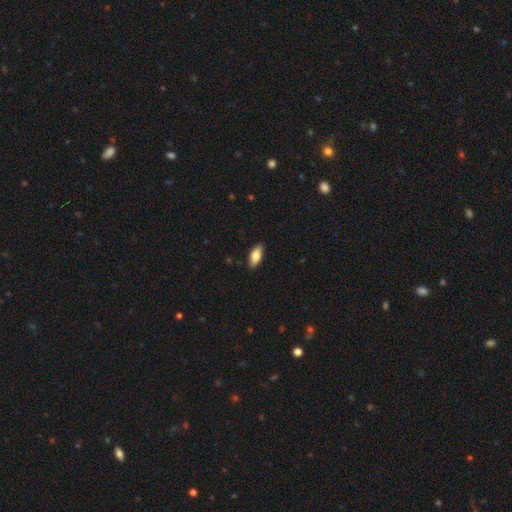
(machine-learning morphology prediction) This is clearly a smooth galaxy (84%). How rounded: clearly in between (88%). Merging: clearly none (87%).